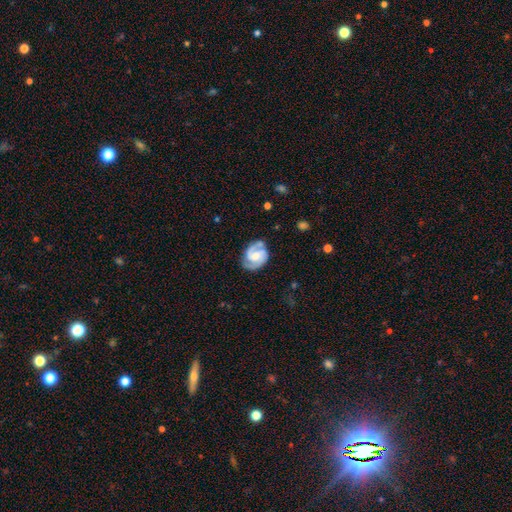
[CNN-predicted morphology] The model was most divided on "spiral winding": medium: 48%, tight: 42%, loose: 10%. Remaining: edge-on disk — no (98%); spiral arms — yes (97%); spiral arm count — 2 (89%); smooth or featured — featured or disk (87%); merging — none (74%); bulge size — moderate (49%); bar — weak (46%).